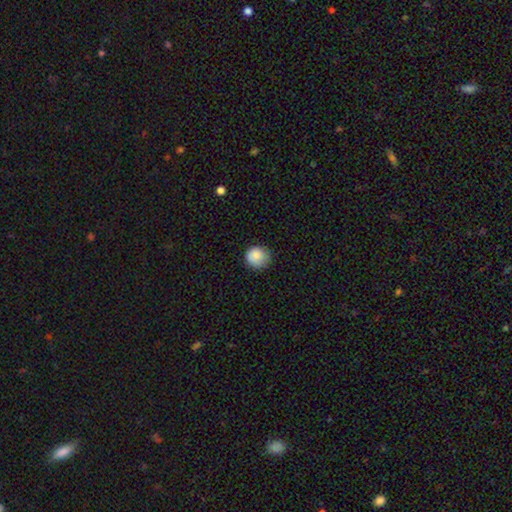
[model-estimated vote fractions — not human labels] Smooth or featured? smooth (86%)
How rounded? round (90%)
Merging? none (78%)